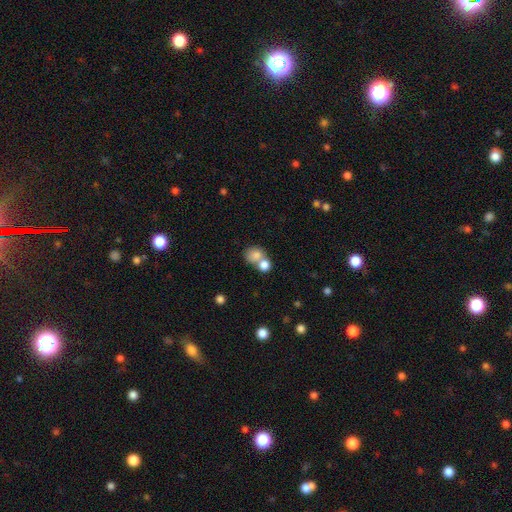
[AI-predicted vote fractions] Morphology: type=smooth (80%); roundness=round (65%); merging=merger (54%).